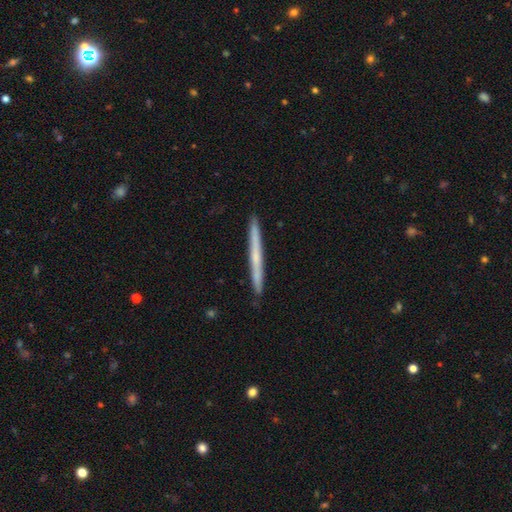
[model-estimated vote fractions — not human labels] Smooth or featured: featured or disk — 49% (smooth — 45%)
Merging: none — 92% (minor disturbance — 6%)